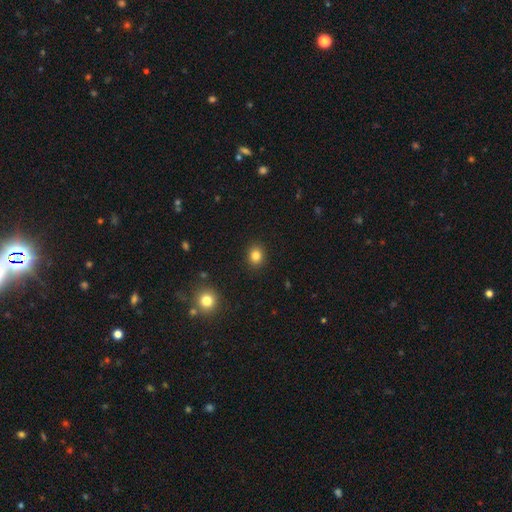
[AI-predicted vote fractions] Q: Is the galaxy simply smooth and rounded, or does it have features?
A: smooth — 83%.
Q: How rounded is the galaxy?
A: round — 68%.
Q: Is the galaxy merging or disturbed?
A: none — 91%.